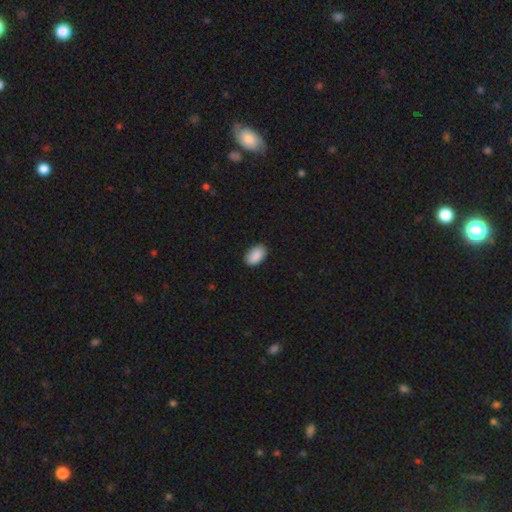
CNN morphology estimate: Smooth or featured? Predicted: smooth (p=0.90). How rounded? Predicted: in between (p=0.94). Merging? Predicted: none (p=0.87).